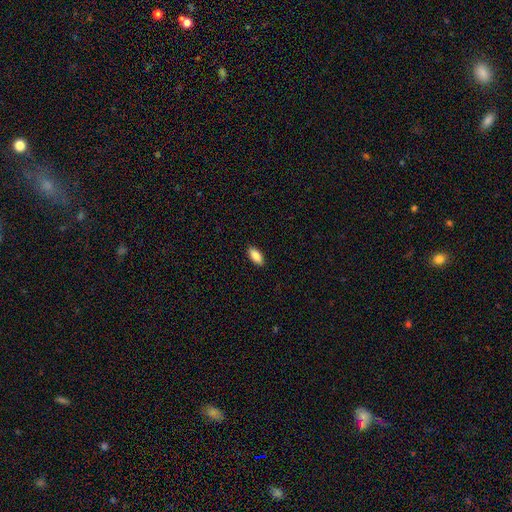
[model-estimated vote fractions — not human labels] This appears to be a smooth galaxy with no disk features (89%) that is in between round and cigar-shaped (88%). Merging: none (89%).